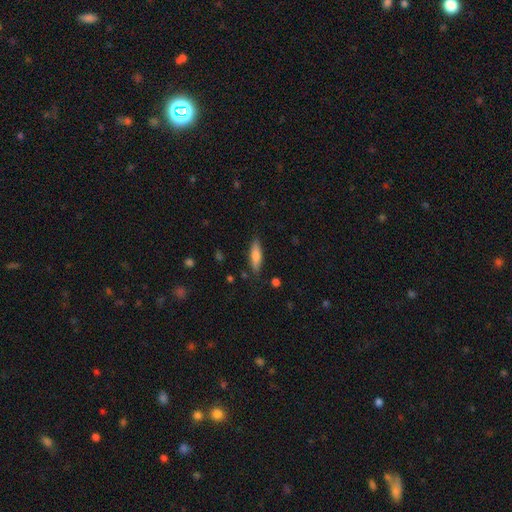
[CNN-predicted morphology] Smooth or featured: smooth — 72% (featured or disk — 22%)
How rounded: cigar-shaped — 58% (in between — 40%)
Merging: none — 83% (minor disturbance — 12%)